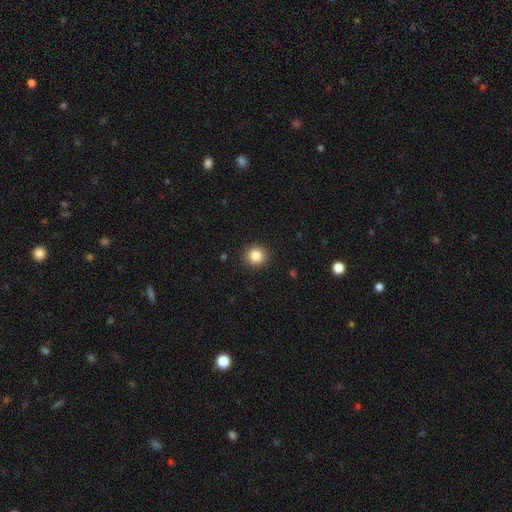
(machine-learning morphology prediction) Q: Smooth or featured?
A: smooth (85%); runner-up: star or artifact (10%)
Q: How rounded?
A: round (94%); runner-up: in between (5%)
Q: Merging?
A: none (92%); runner-up: minor disturbance (5%)